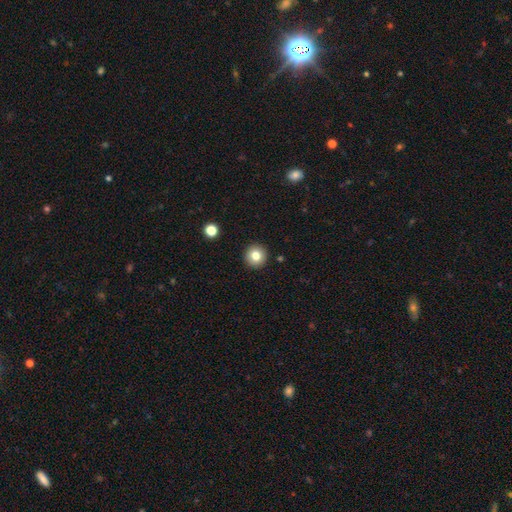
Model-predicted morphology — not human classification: A smooth galaxy with no disk features (80%) that is round (95%).

Vote fractions:
- Smooth or featured? smooth: 80% / star or artifact: 10% / featured or disk: 9%
- How rounded? round: 95% / in between: 4% / cigar-shaped: 1%
- Merging? none: 93% / minor disturbance: 5% / major disturbance: 1% / merger: 1%